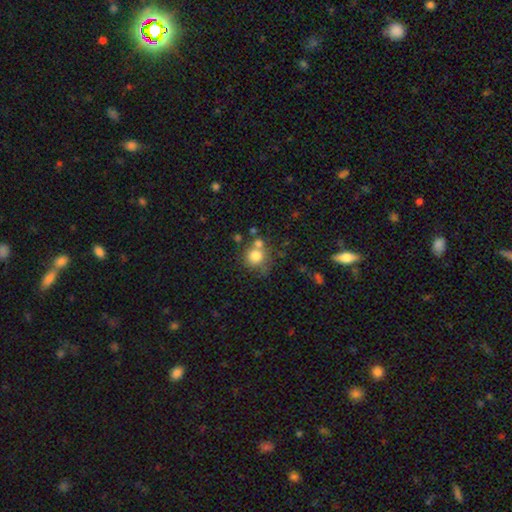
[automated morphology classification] Smooth or featured? smooth (78%)
How rounded? round (88%)
Merging? none (55%)